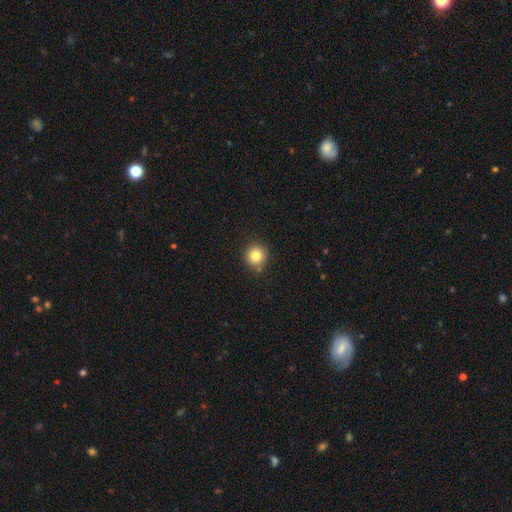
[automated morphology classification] smooth 82%, star or artifact 11%, featured or disk 7%. Down the decision tree: how rounded — round (93%); merging — none (85%).